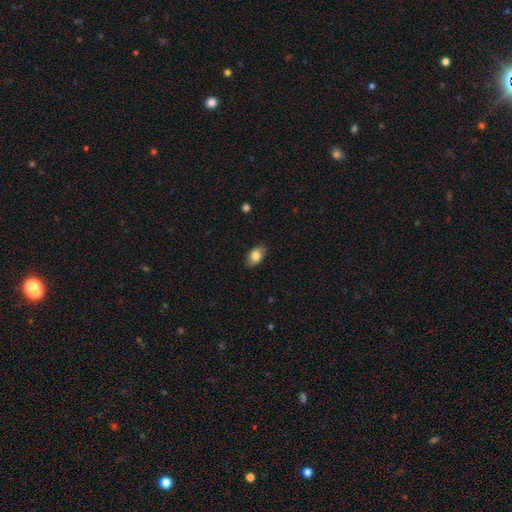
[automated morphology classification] type=smooth (82%); roundness=in between (87%); merging=none (85%).